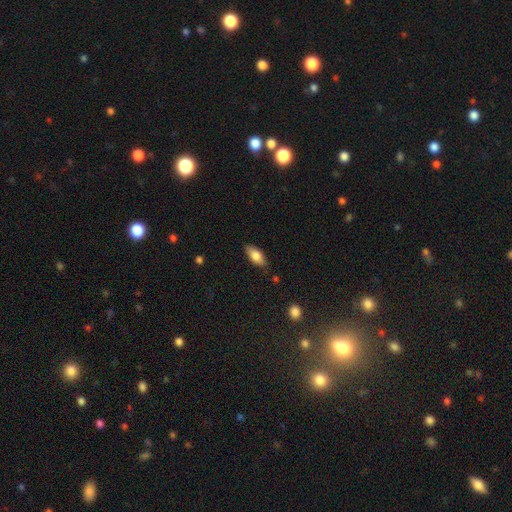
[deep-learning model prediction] smooth 73%, featured or disk 20%, star or artifact 7%. Down the decision tree: how rounded — in between (83%); merging — none (82%).